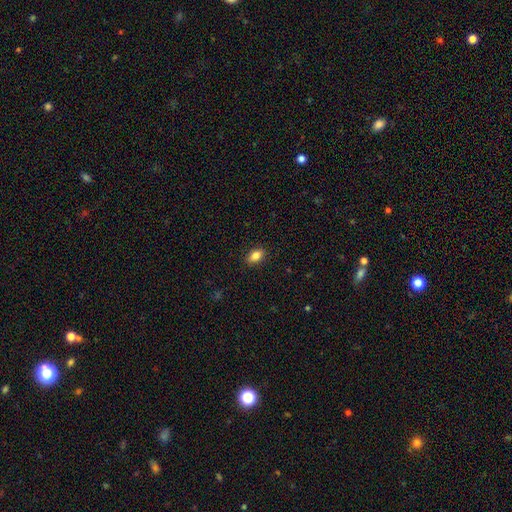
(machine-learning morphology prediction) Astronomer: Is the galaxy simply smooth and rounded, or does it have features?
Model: smooth — 85%.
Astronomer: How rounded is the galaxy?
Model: in between — 86%.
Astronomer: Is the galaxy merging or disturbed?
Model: none — 89%.